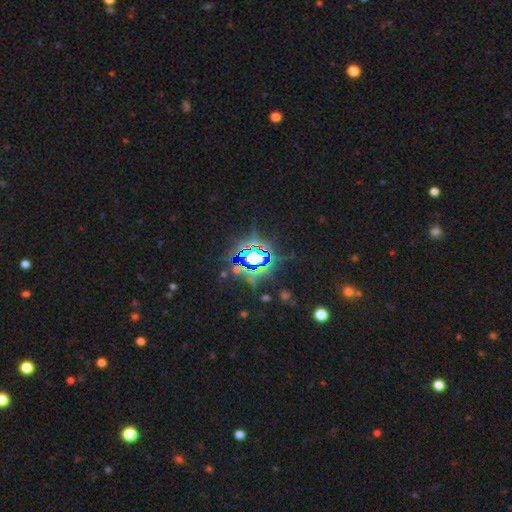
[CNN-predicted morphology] Smooth or featured: star or artifact — 79% (featured or disk — 11%)